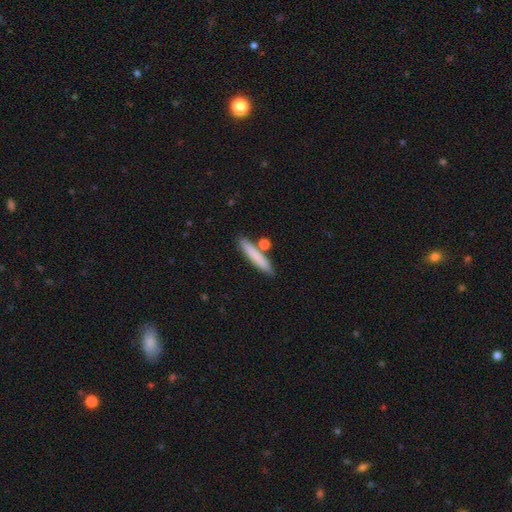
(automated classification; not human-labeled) smooth_or_featured: smooth (p=0.78) [alt: featured or disk p=0.16]
how_rounded: cigar-shaped (p=0.91) [alt: in between p=0.07]
merging: none (p=0.79) [alt: minor disturbance p=0.10]